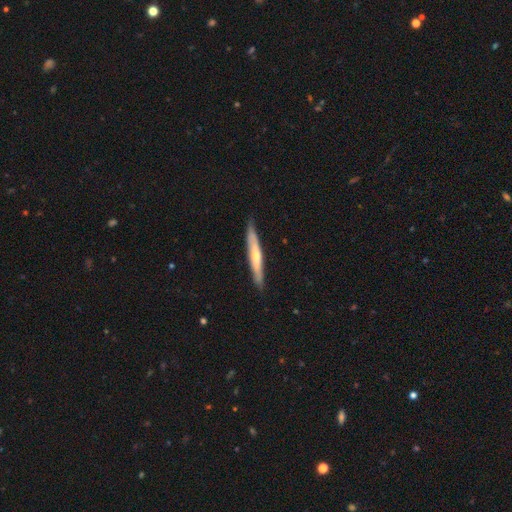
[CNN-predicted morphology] type=featured or disk (52%); edge-on=yes (90%); merging=none (86%).